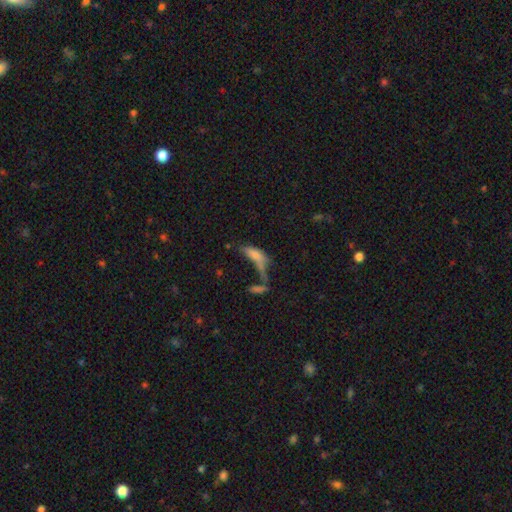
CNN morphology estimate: A smooth galaxy with no disk features (67%) that is in between round and cigar-shaped (57%). Merging: merger (39%).